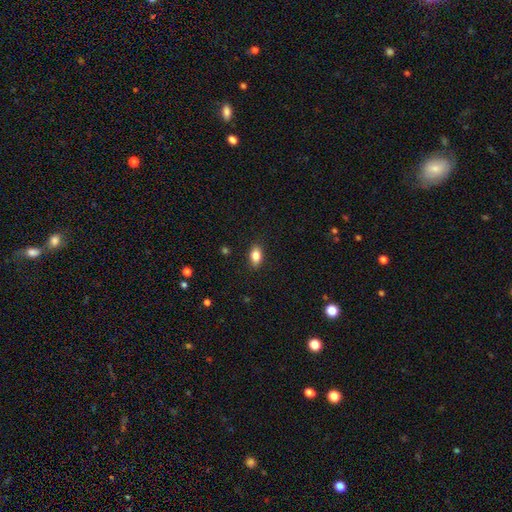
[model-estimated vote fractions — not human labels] This is clearly a smooth galaxy (84%). How rounded: clearly in between (89%). Merging: clearly none (88%).